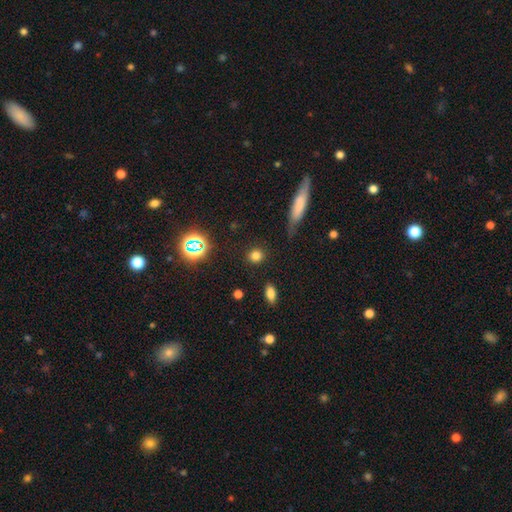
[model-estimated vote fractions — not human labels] Morphology: type=smooth (78%); roundness=round (81%); merging=none (88%).